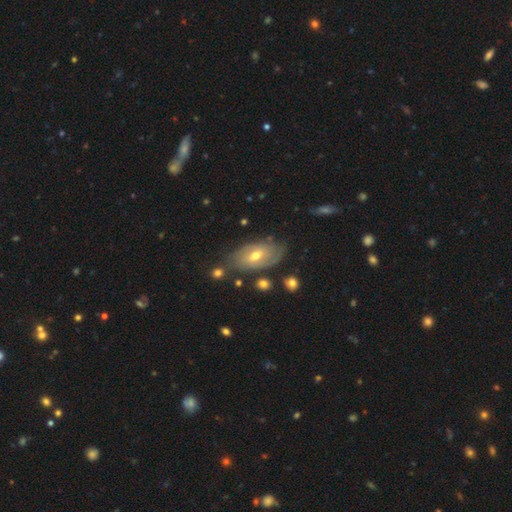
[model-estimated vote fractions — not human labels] The model was most divided on "bar": no: 48%, weak: 42%, strong: 11%. More confident: edge-on disk — no (89%); merging — none (69%); spiral arms — yes (68%); bulge size — moderate (63%); smooth or featured — featured or disk (60%).